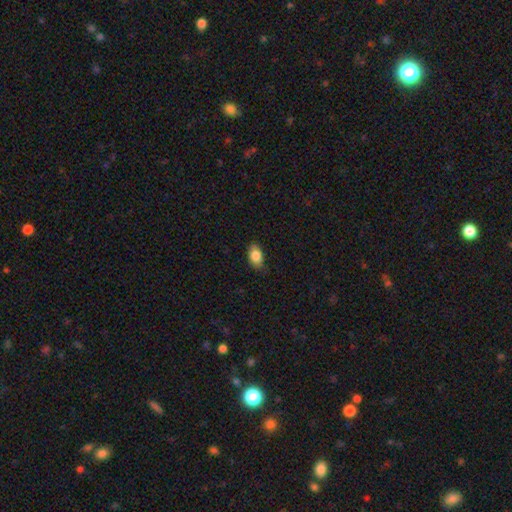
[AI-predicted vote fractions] Overall: smooth (84%). How rounded: in between (89%). Merging: none (80%).